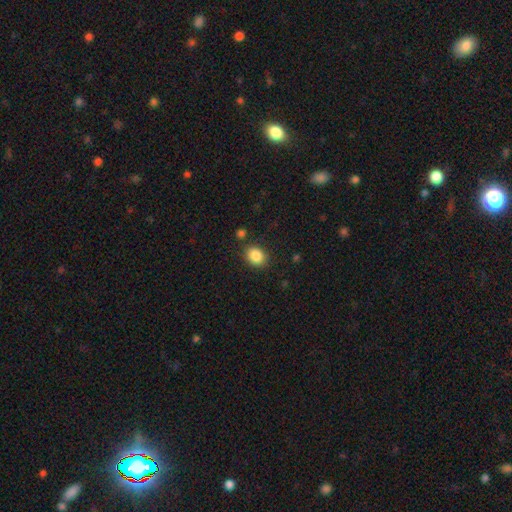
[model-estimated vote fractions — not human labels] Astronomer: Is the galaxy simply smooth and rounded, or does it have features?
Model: smooth — 87%.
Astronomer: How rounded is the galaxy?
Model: in between — 52% (runner-up: round, 47%).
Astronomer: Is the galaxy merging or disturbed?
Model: none — 83%.